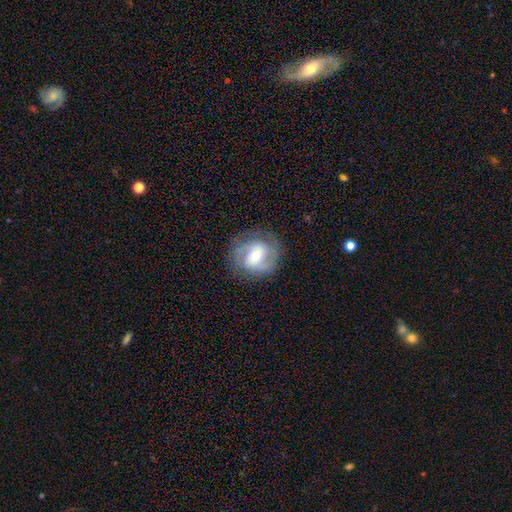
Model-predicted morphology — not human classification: The model was most divided on "bar": weak: 44%, strong: 29%, no: 28%. Remaining: edge-on disk — no (96%); spiral arms — yes (84%); merging — none (79%); spiral arm count — 2 (77%); smooth or featured — featured or disk (70%); bulge size — moderate (60%); spiral winding — medium (47%).